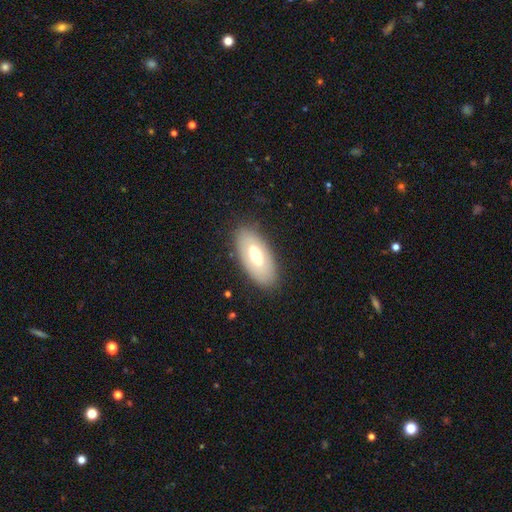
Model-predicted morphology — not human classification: smooth_or_featured: smooth (p=0.53) [alt: featured or disk p=0.41]
how_rounded: in between (p=0.89) [alt: cigar-shaped p=0.08]
merging: none (p=0.85) [alt: minor disturbance p=0.11]